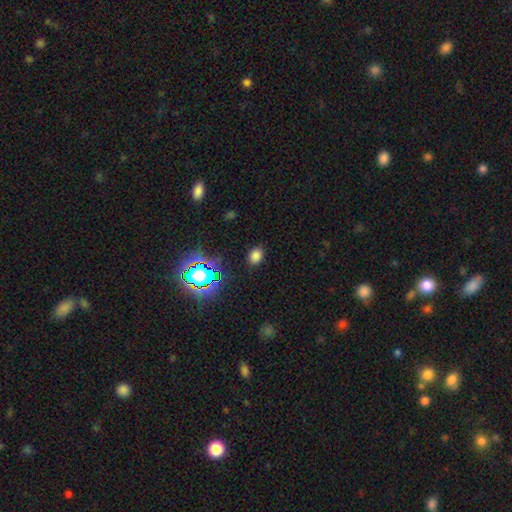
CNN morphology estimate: smooth 74%, star or artifact 20%, featured or disk 5%. Down the decision tree: how rounded — in between (62%); merging — none (86%).